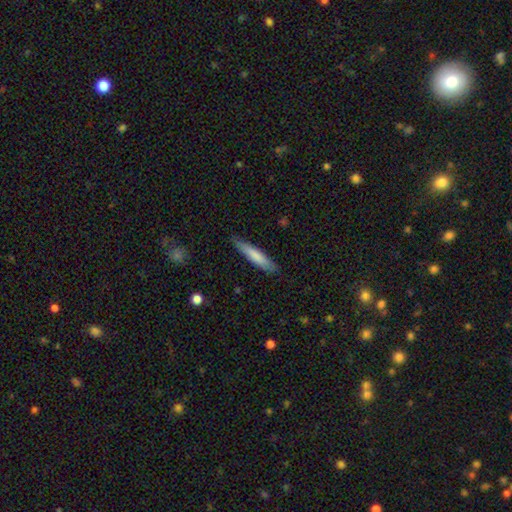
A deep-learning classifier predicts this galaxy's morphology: type=smooth (75%); roundness=cigar-shaped (89%); merging=none (84%).